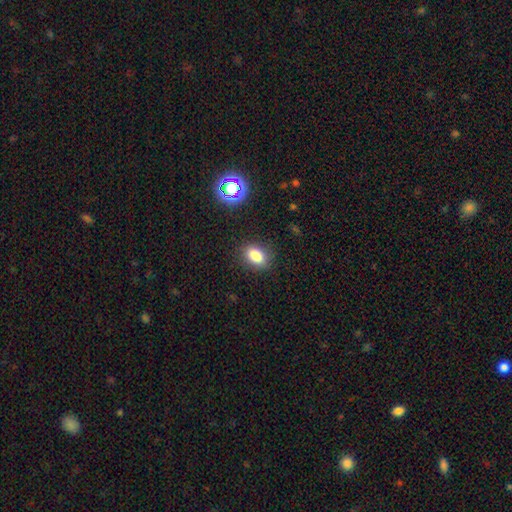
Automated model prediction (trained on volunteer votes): Q: Smooth or featured?
A: smooth (82%); runner-up: star or artifact (12%)
Q: How rounded?
A: in between (80%); runner-up: round (18%)
Q: Merging?
A: none (84%); runner-up: minor disturbance (11%)